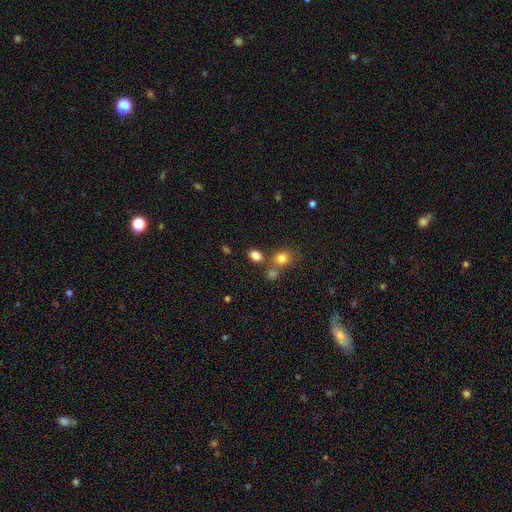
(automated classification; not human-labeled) Overall: smooth (82%). How rounded: in between (74%). Merging: none (63%).